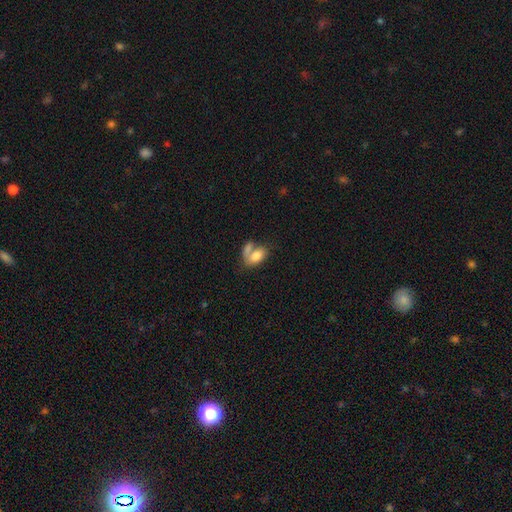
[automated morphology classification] type=smooth (76%); roundness=in between (89%); merging=merger (51%).